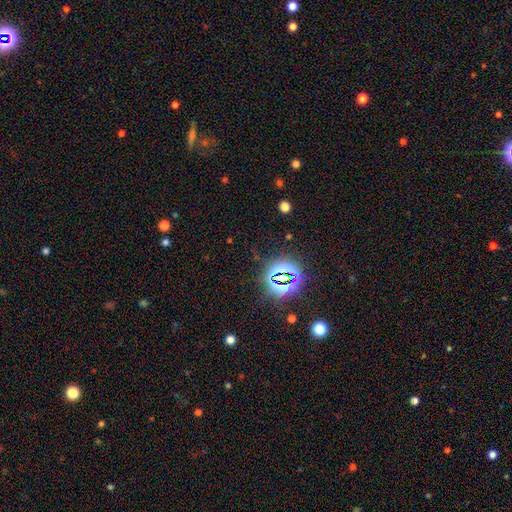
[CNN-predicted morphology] smooth-or-featured: star or artifact: 77% | smooth: 15% | featured or disk: 8%